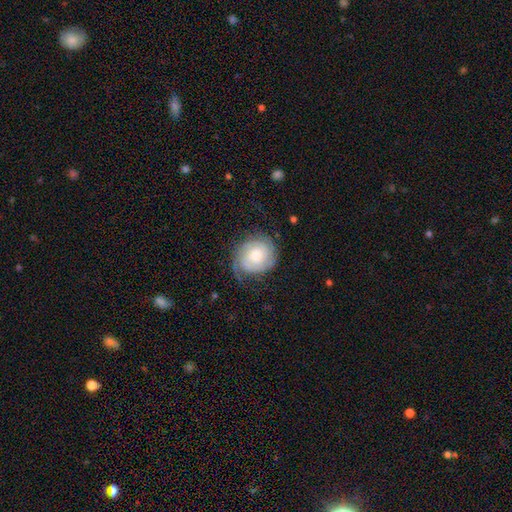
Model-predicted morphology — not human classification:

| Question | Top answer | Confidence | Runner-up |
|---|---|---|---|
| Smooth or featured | featured or disk | 78% | smooth (17%) |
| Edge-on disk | no | 98% | yes (2%) |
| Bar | no | 75% | weak (21%) |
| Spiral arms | yes | 95% | no (5%) |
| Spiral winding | tight | 70% | medium (23%) |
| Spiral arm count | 2 | 44% | can't tell (26%) |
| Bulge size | moderate | 55% | small (34%) |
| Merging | none | 69% | minor disturbance (20%) |